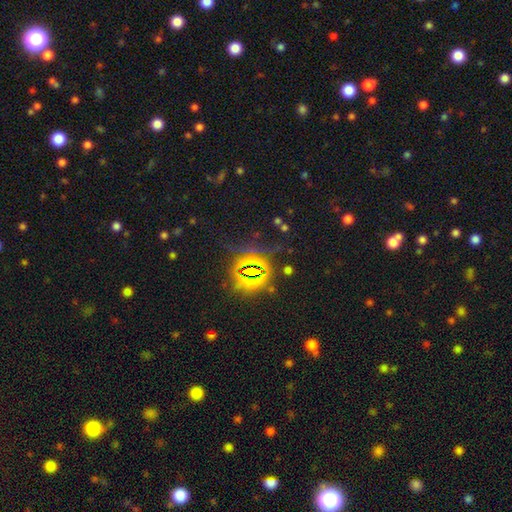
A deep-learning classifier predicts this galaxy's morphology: Smooth or featured?
  - star or artifact: 57% *
  - smooth: 28%
  - featured or disk: 15%